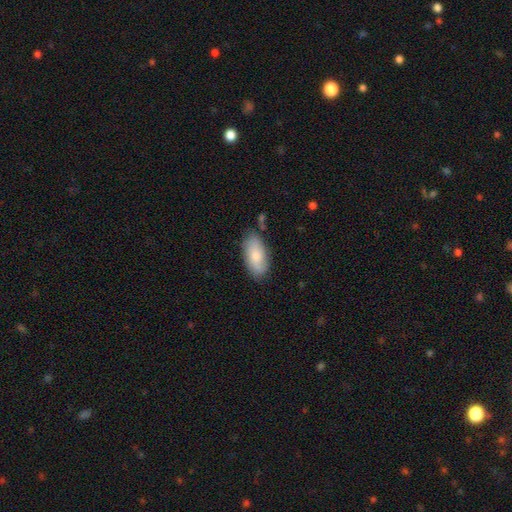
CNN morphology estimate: A smooth galaxy with no disk features (77%) that is in between round and cigar-shaped (93%).

Vote fractions:
- Smooth or featured? smooth: 77% / featured or disk: 17% / star or artifact: 6%
- How rounded? in between: 93% / cigar-shaped: 4% / round: 3%
- Merging? none: 75% / minor disturbance: 18% / major disturbance: 4% / merger: 3%